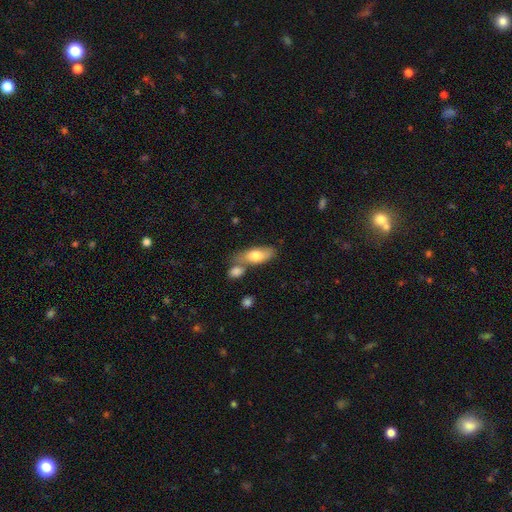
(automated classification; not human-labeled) Overall: smooth (72%). How rounded: in between (79%). Merging: none (50%; merger 31%).